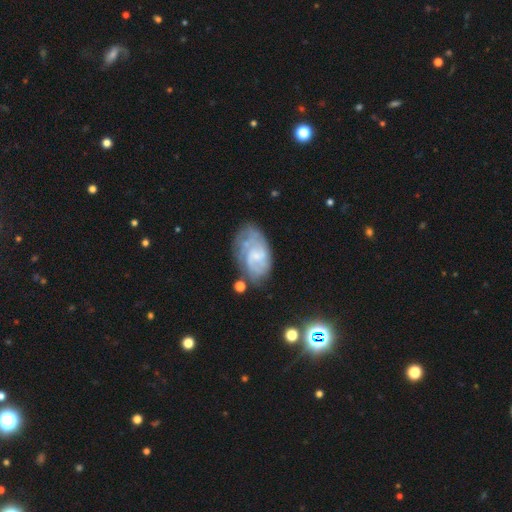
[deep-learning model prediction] smooth-or-featured: featured or disk: 71% | smooth: 22% | star or artifact: 7%
  disk-edge-on: no: 97% | yes: 3%
    bar: no: 56% | weak: 39% | strong: 6%
    has-spiral-arms: yes: 86% | no: 14%
      spiral-winding: tight: 50% | medium: 36% | loose: 14%
      spiral-arm-count: can't tell: 44% | 2: 29% | 3: 13% | 1: 6% | 4: 5% | more than 4: 3%
    bulge-size: small: 58% | none: 21% | moderate: 18% | large: 2% | dominant: 1%
  merging: none: 56% | minor disturbance: 26% | major disturbance: 13% | merger: 5%